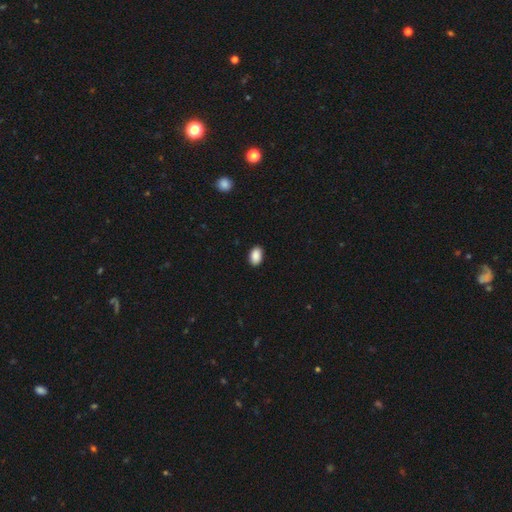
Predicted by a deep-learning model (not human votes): Q: Smooth or featured?
A: smooth (90%); runner-up: star or artifact (7%)
Q: How rounded?
A: in between (91%); runner-up: round (7%)
Q: Merging?
A: none (89%); runner-up: minor disturbance (8%)